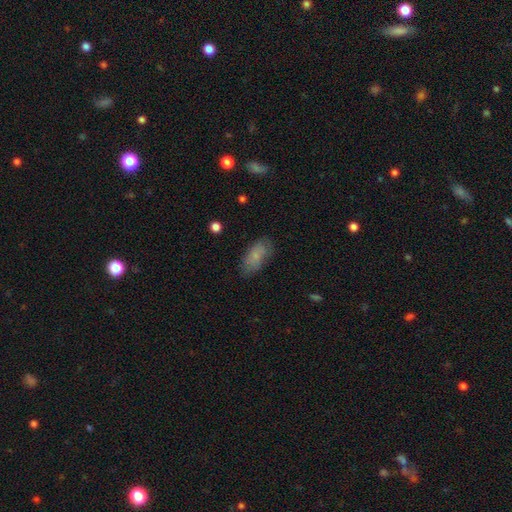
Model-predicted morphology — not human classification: Smooth or featured?
  - smooth: 77% *
  - featured or disk: 16%
  - star or artifact: 8%
How rounded?
  - in between: 89% *
  - cigar-shaped: 8%
  - round: 3%
Merging?
  - none: 73% *
  - minor disturbance: 20%
  - major disturbance: 5%
  - merger: 2%